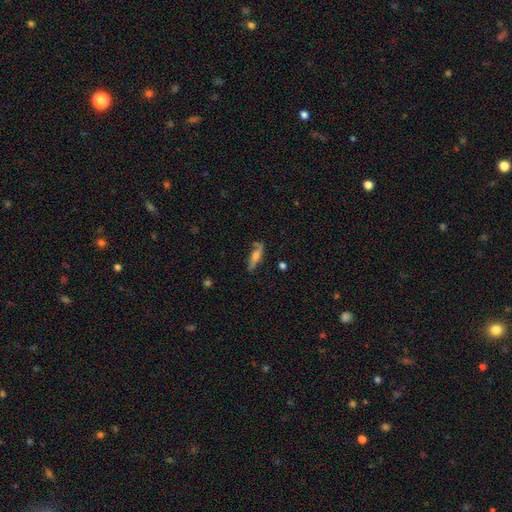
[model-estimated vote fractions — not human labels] This is possibly a featured or disk galaxy (50%). It is likely viewed edge-on (74%). Merging: likely none (70%).